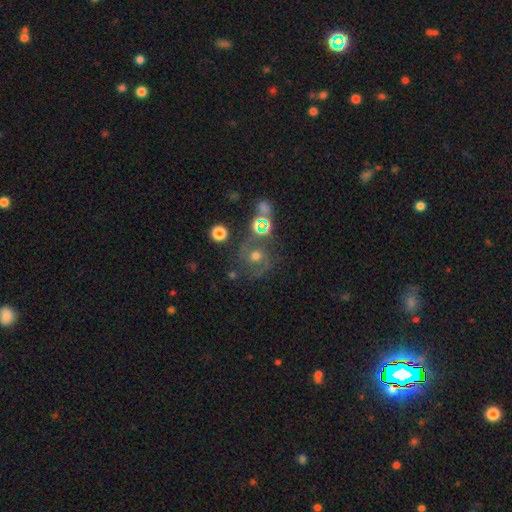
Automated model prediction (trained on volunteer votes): Smooth or featured: featured or disk — 60% (star or artifact — 20%)
Edge-on disk: no — 97% (yes — 3%)
Bar: no — 65% (weak — 27%)
Spiral arms: yes — 86% (no — 14%)
Spiral winding: medium — 51% (tight — 32%)
Spiral arm count: 2 — 77% (can't tell — 11%)
Bulge size: moderate — 66% (small — 22%)
Merging: none — 63% (minor disturbance — 14%)